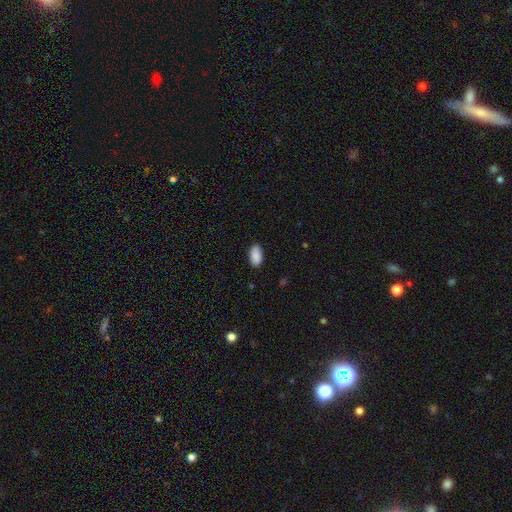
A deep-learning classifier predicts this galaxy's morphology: smooth_or_featured: smooth (p=0.90) [alt: star or artifact p=0.06]
how_rounded: in between (p=0.95) [alt: round p=0.03]
merging: none (p=0.88) [alt: minor disturbance p=0.09]